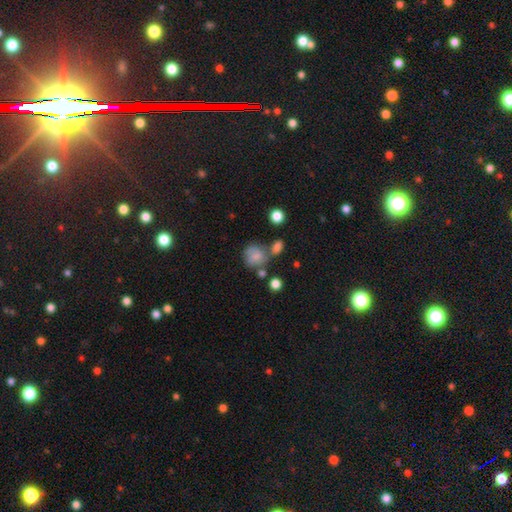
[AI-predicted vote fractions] Morphology: type=smooth (70%); roundness=round (74%); merging=none (46%).